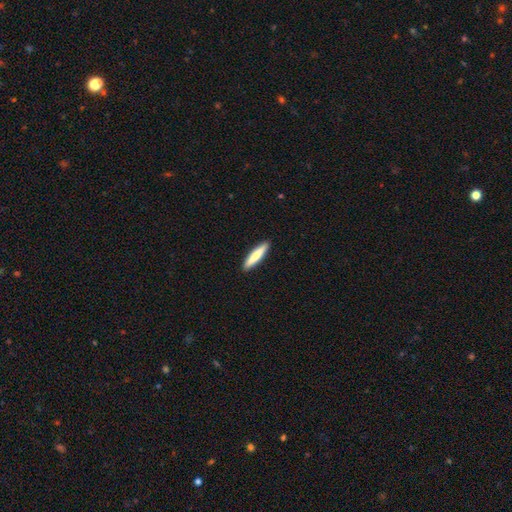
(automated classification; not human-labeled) Q: Smooth or featured?
A: smooth (77%); runner-up: featured or disk (18%)
Q: How rounded?
A: cigar-shaped (88%); runner-up: in between (11%)
Q: Merging?
A: none (92%); runner-up: minor disturbance (6%)